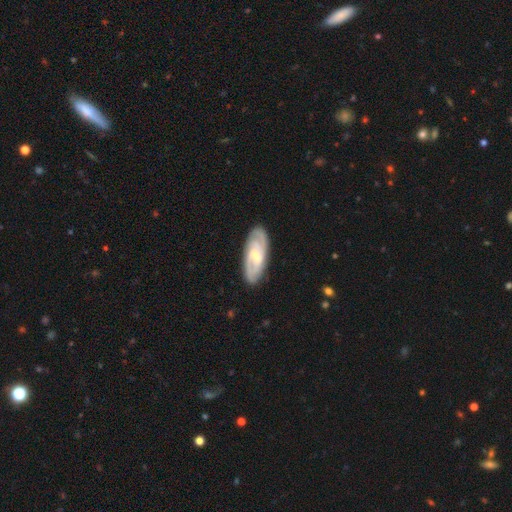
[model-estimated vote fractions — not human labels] This is likely a featured or disk galaxy (73%). It is clearly not viewed edge-on (91%). Bar: possibly weak (51%). Spiral arm pattern: clearly yes (91%). Spiral arm count: possibly 2 (56%). Spiral winding: possibly tight (50%). Central bulge: marginally moderate (43%, tied with small). Merging: clearly none (84%).